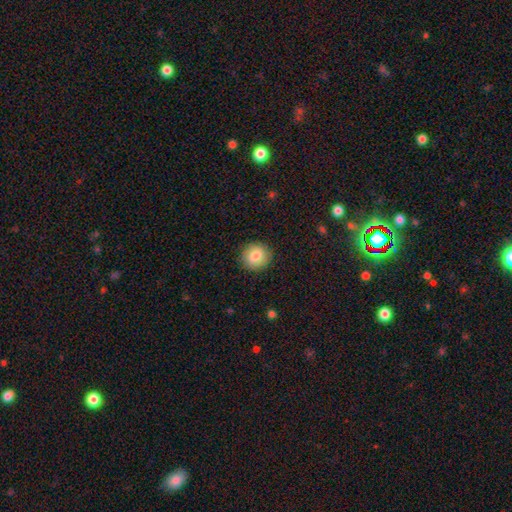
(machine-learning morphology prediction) Smooth or featured?
  - smooth: 83% *
  - featured or disk: 8%
  - star or artifact: 8%
How rounded?
  - round: 91% *
  - in between: 8%
  - cigar-shaped: 1%
Merging?
  - none: 91% *
  - minor disturbance: 6%
  - major disturbance: 2%
  - merger: 1%